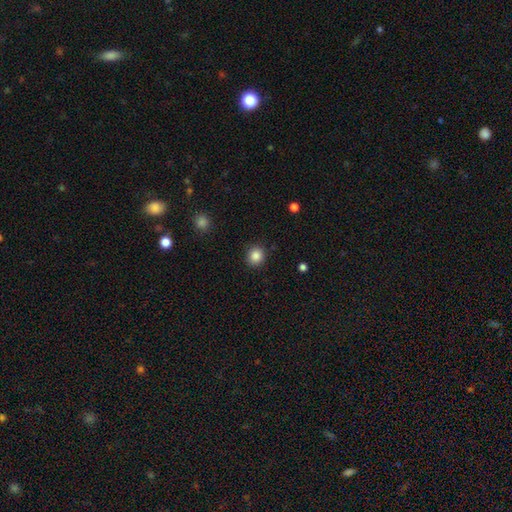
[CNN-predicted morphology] Smooth or featured? smooth (86%)
How rounded? round (85%)
Merging? none (89%)